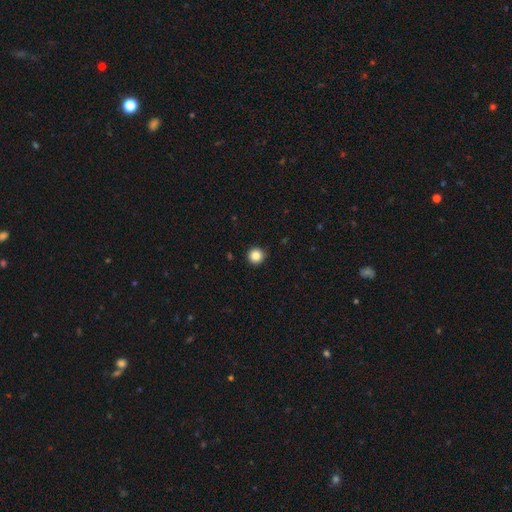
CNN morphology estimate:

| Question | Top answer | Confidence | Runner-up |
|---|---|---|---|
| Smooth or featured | smooth | 86% | star or artifact (10%) |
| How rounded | round | 96% | in between (3%) |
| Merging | none | 93% | minor disturbance (4%) |